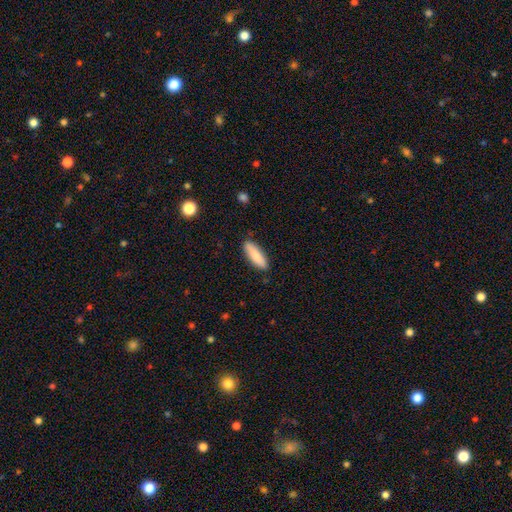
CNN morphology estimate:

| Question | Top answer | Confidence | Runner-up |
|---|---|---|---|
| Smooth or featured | smooth | 84% | featured or disk (10%) |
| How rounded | cigar-shaped | 57% | in between (41%) |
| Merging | none | 86% | minor disturbance (11%) |